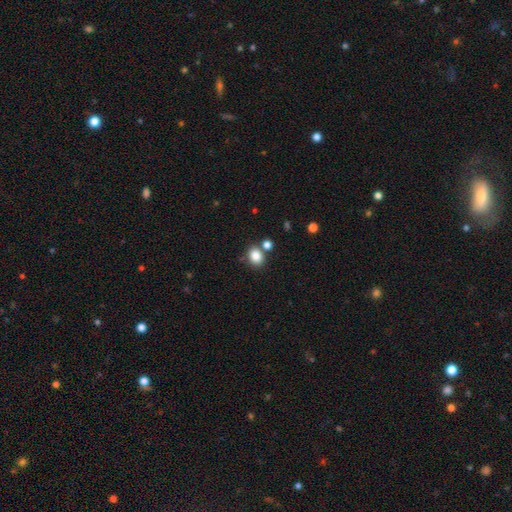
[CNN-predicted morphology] This is clearly a smooth galaxy (84%). How rounded: possibly round (52%). Merging: likely none (71%).